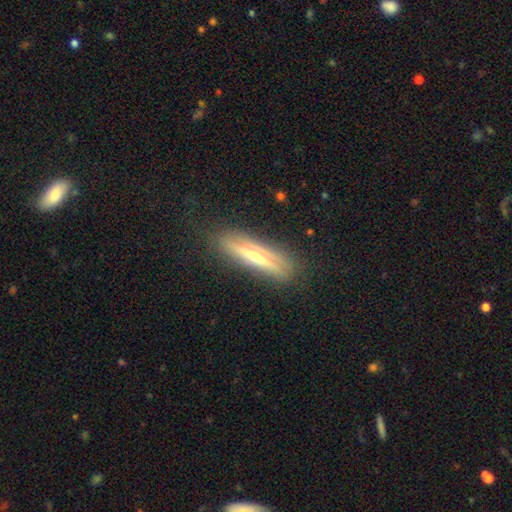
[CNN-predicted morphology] Smooth or featured? Predicted: featured or disk (p=0.63). Edge-on disk? Predicted: yes (p=0.90). Edge-on bulge? Predicted: rounded (p=0.85). Merging? Predicted: none (p=0.85).